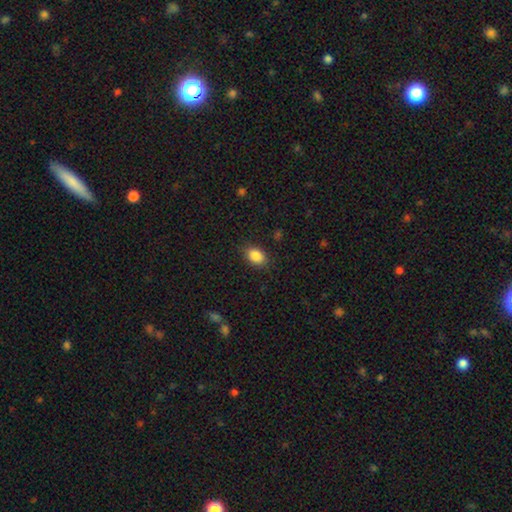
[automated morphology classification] smooth 87%, star or artifact 9%, featured or disk 5%. Down the decision tree: how rounded — in between (75%); merging — none (85%).